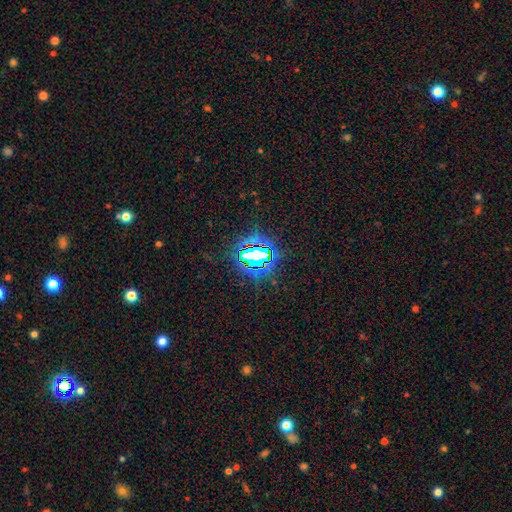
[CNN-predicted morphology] Overall: star or artifact (75%).